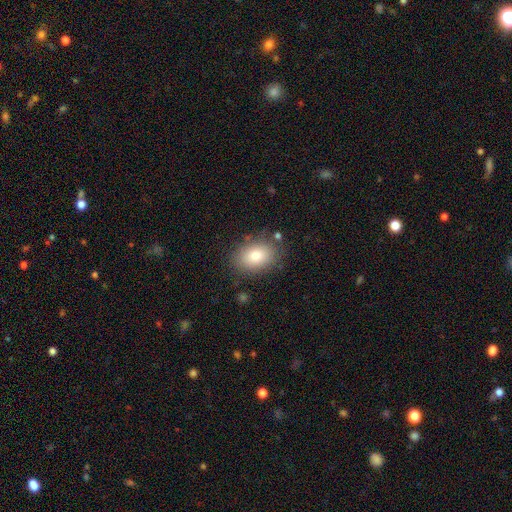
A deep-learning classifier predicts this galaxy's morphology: Overall: smooth (80%). How rounded: in between (82%). Merging: none (81%).